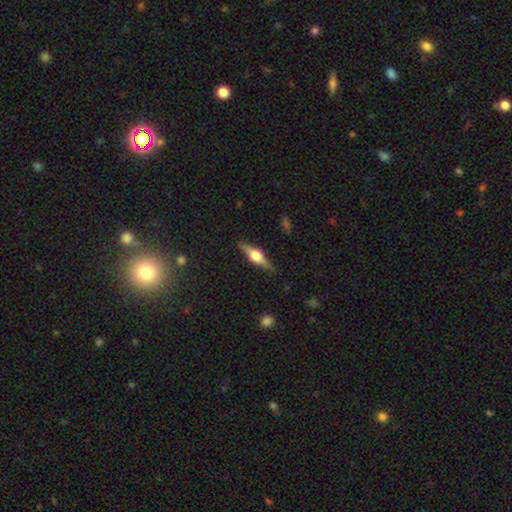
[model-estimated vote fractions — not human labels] This is likely a featured or disk galaxy (74%). It is clearly viewed edge-on (97%). Edge-on bulge: clearly rounded (93%). Merging: clearly none (88%).